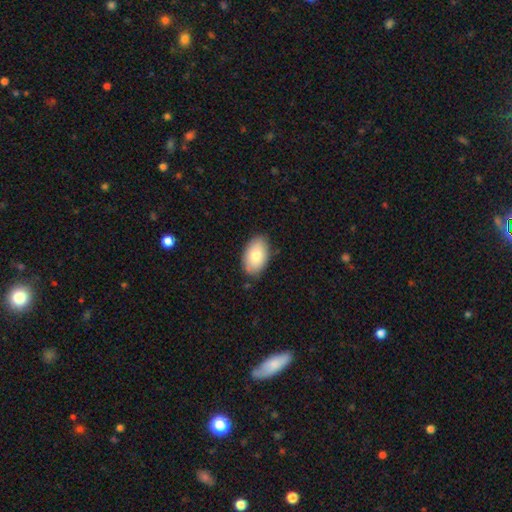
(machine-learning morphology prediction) Overall: smooth (81%). How rounded: in between (93%). Merging: none (82%).